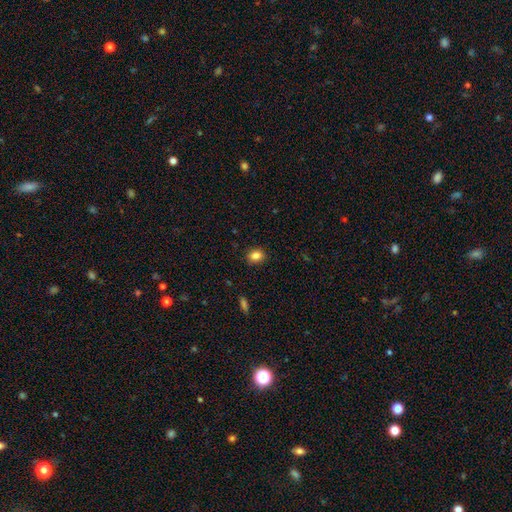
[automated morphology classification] Smooth or featured? Predicted: smooth (p=0.85). How rounded? Predicted: in between (p=0.52). Merging? Predicted: none (p=0.88).